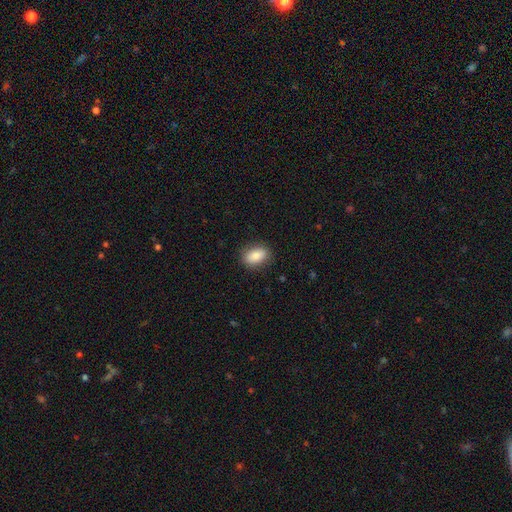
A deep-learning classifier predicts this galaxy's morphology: Smooth or featured?
  - smooth: 84% *
  - featured or disk: 9%
  - star or artifact: 7%
How rounded?
  - in between: 85% *
  - round: 13%
  - cigar-shaped: 2%
Merging?
  - none: 85% *
  - minor disturbance: 11%
  - major disturbance: 3%
  - merger: 1%